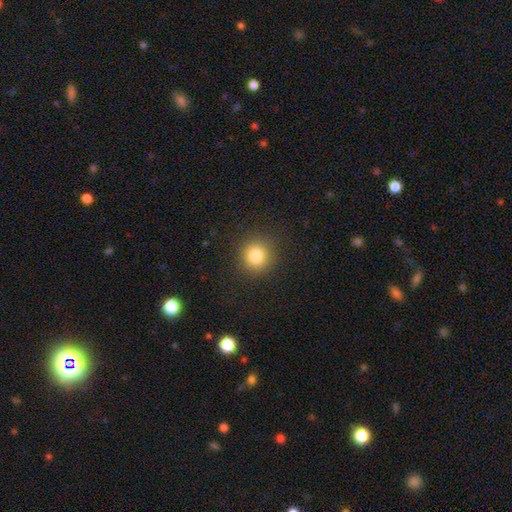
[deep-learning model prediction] smooth_or_featured: smooth (p=0.82) [alt: star or artifact p=0.12]
how_rounded: round (p=0.92) [alt: in between p=0.07]
merging: none (p=0.90) [alt: minor disturbance p=0.06]